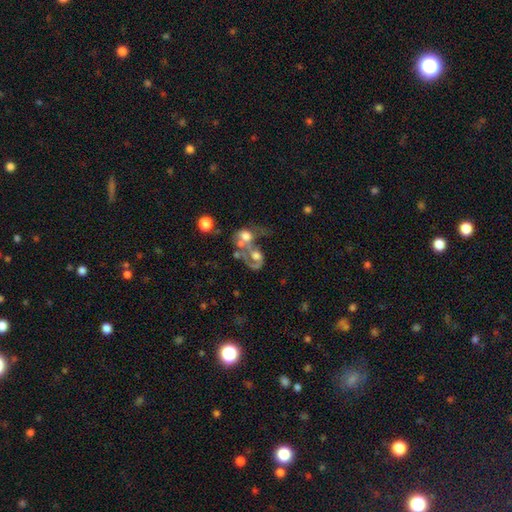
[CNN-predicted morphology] Smooth or featured: featured or disk — 61% (smooth — 29%)
Edge-on disk: no — 97% (yes — 3%)
Bar: no — 78% (weak — 17%)
Spiral arms: yes — 55% (no — 45%)
Bulge size: moderate — 44% (large — 27%)
Merging: merger — 65% (major disturbance — 19%)